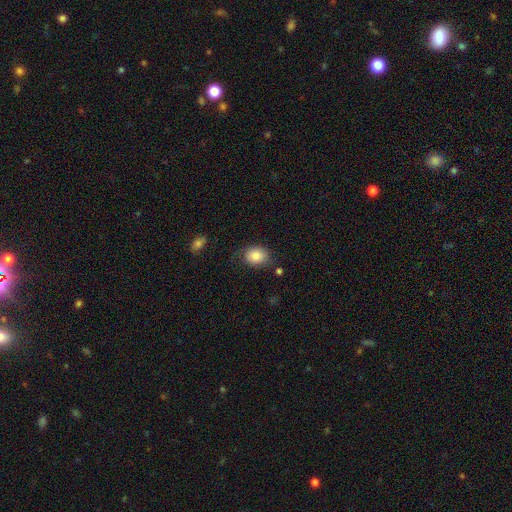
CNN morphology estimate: This is clearly a smooth galaxy (83%). How rounded: possibly round (52%). Merging: likely none (71%).